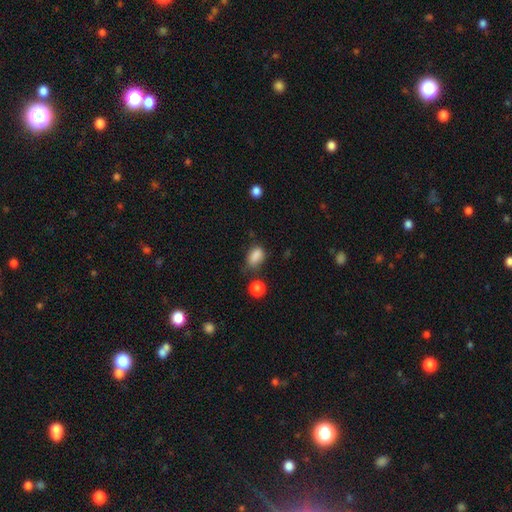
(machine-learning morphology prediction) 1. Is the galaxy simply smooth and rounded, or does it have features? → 84% smooth, 10% star or artifact, 5% featured or disk.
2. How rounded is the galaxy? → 80% in between, 18% round, 2% cigar-shaped.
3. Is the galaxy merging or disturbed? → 54% none, 30% minor disturbance, 10% major disturbance, 7% merger.